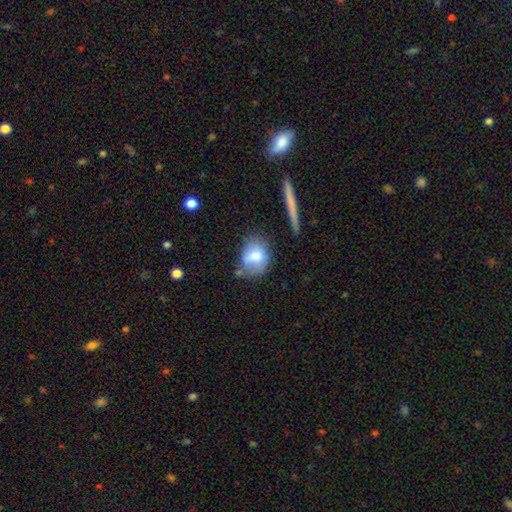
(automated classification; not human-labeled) smooth 73%, featured or disk 19%, star or artifact 8%. Down the decision tree: how rounded — in between (56%); merging — none (52%).